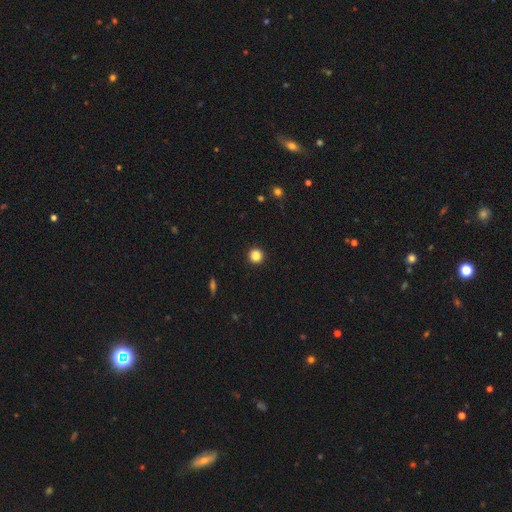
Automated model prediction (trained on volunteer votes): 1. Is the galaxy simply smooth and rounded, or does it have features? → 85% smooth, 11% star or artifact, 3% featured or disk.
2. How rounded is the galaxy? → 96% round, 3% in between, 1% cigar-shaped.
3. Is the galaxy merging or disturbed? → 94% none, 4% minor disturbance, 1% major disturbance, 1% merger.